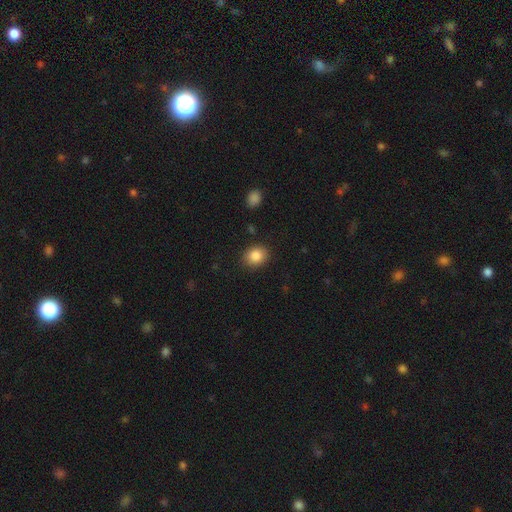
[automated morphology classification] Smooth or featured?
  - smooth: 86% *
  - star or artifact: 9%
  - featured or disk: 5%
How rounded?
  - round: 56% *
  - in between: 43%
  - cigar-shaped: 1%
Merging?
  - none: 87% *
  - minor disturbance: 9%
  - major disturbance: 3%
  - merger: 1%